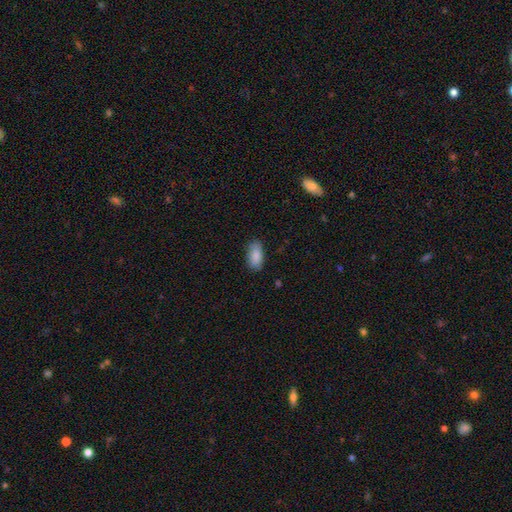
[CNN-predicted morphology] type=smooth (87%); roundness=in between (91%); merging=none (82%).